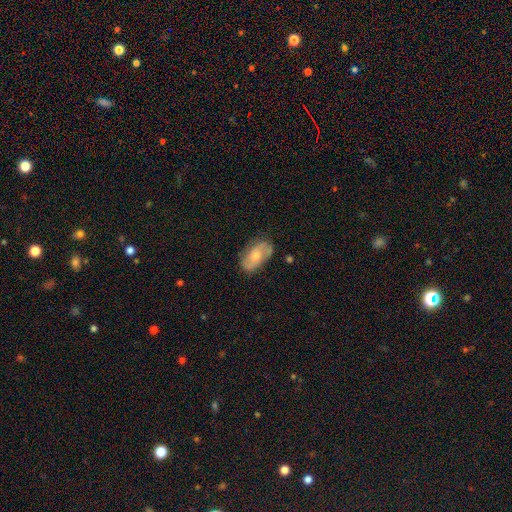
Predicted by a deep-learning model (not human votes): smooth_or_featured: featured or disk (p=0.53) [alt: smooth p=0.40]
disk_edge_on: no (p=0.94) [alt: yes p=0.06]
bar: no (p=0.67) [alt: weak p=0.28]
has_spiral_arms: yes (p=0.80) [alt: no p=0.20]
bulge_size: moderate (p=0.50) [alt: small p=0.40]
merging: none (p=0.71) [alt: minor disturbance p=0.21]